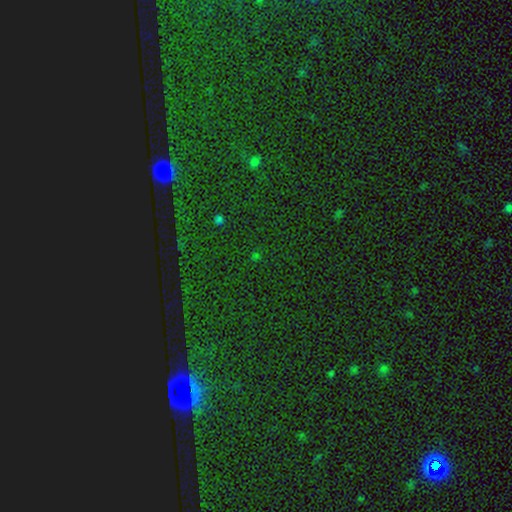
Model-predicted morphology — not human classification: This appears to be a star or artifact, not a galaxy (77%).